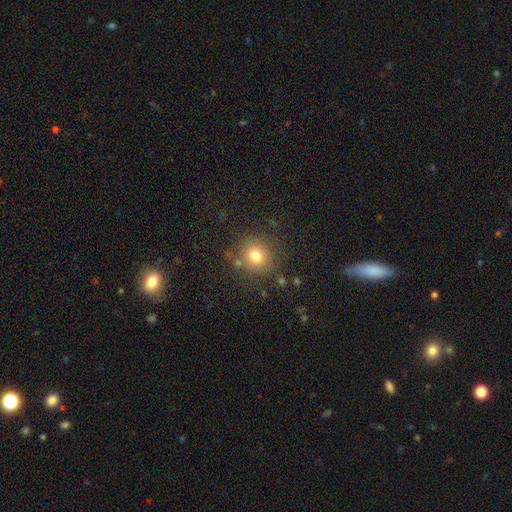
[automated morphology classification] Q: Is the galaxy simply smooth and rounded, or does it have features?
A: smooth — 77%.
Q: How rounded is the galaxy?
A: round — 88%.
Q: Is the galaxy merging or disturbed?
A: none — 81%.